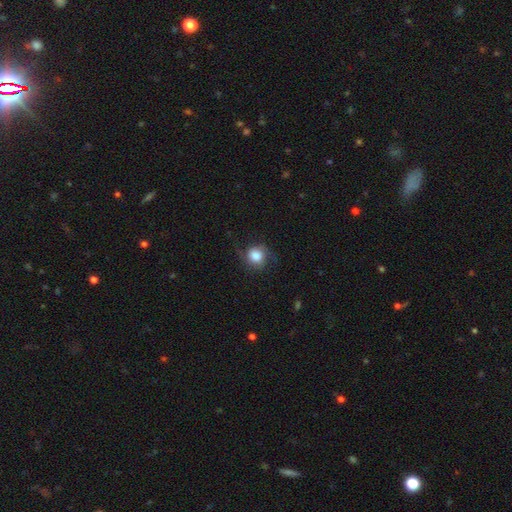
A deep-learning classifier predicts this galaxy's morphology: Smooth or featured? smooth (71%)
How rounded? round (81%)
Merging? none (66%)